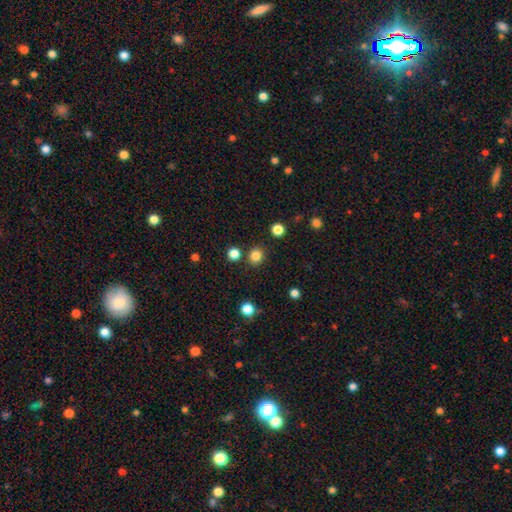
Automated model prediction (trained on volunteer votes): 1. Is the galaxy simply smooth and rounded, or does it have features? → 83% smooth, 13% star or artifact, 4% featured or disk.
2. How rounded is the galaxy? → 81% round, 18% in between, 1% cigar-shaped.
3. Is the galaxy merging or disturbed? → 87% none, 7% minor disturbance, 5% merger, 2% major disturbance.